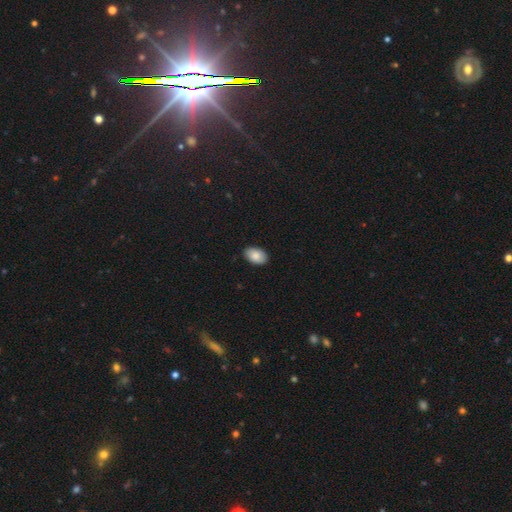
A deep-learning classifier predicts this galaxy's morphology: type=smooth (87%); roundness=in between (92%); merging=none (88%).